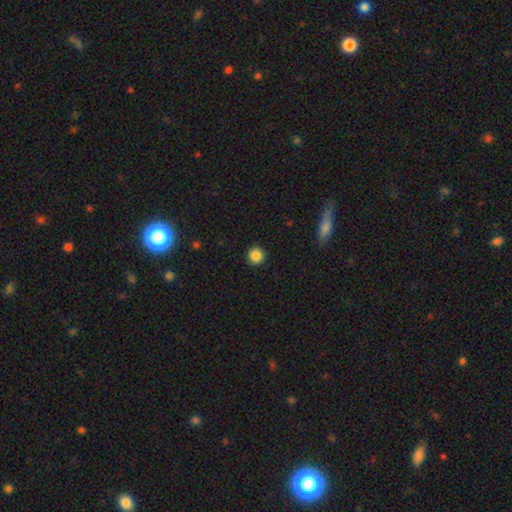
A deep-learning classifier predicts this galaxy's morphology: A smooth galaxy with no disk features (87%) that is round (96%).

Vote fractions:
- Smooth or featured? smooth: 87% / star or artifact: 10% / featured or disk: 3%
- How rounded? round: 96% / in between: 3% / cigar-shaped: 1%
- Merging? none: 93% / minor disturbance: 4% / major disturbance: 2% / merger: 1%